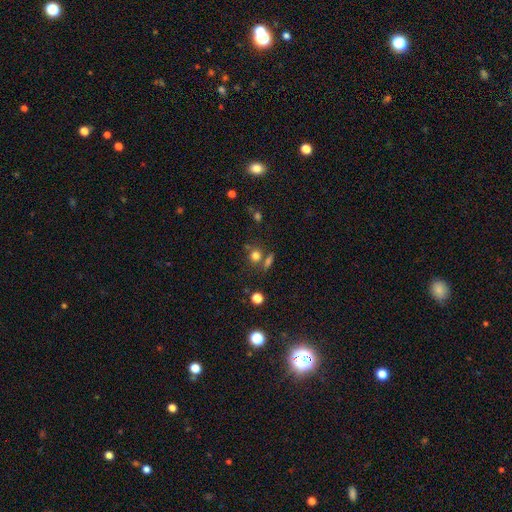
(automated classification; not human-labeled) smooth_or_featured: smooth (p=0.74) [alt: star or artifact p=0.17]
how_rounded: round (p=0.79) [alt: in between p=0.19]
merging: none (p=0.63) [alt: merger p=0.20]